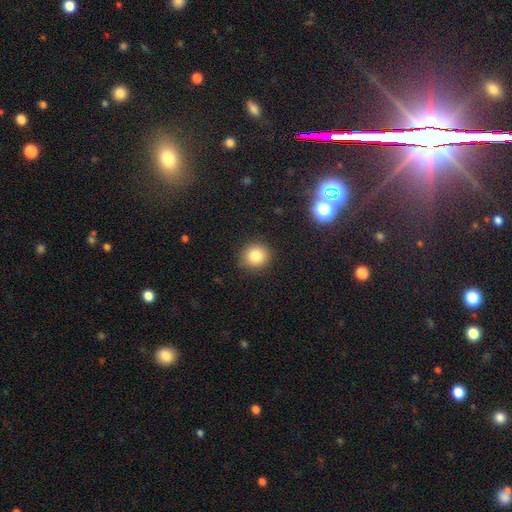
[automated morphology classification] Smooth or featured? Predicted: smooth (p=0.82). How rounded? Predicted: round (p=0.88). Merging? Predicted: none (p=0.87).